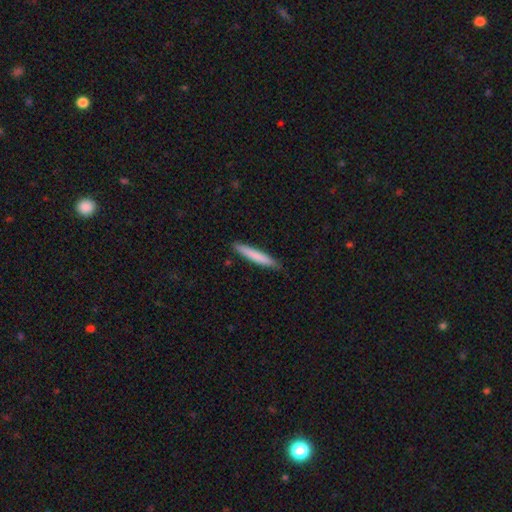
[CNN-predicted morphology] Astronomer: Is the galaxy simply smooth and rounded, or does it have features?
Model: smooth — 78%.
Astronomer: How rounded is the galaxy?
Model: cigar-shaped — 95%.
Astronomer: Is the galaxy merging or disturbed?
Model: none — 88%.